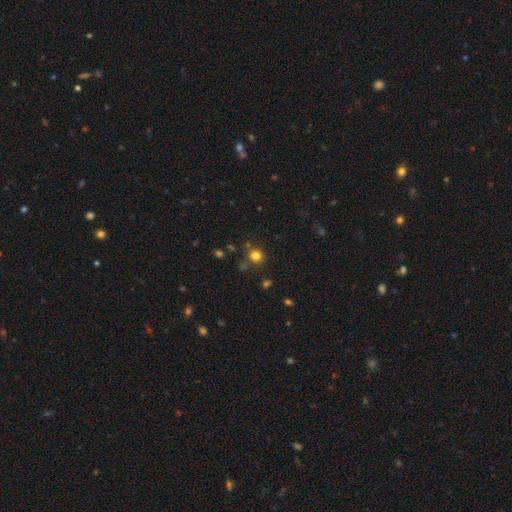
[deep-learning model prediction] A smooth galaxy with no disk features (77%) that is round (90%).

Vote fractions:
- Smooth or featured? smooth: 77% / star or artifact: 17% / featured or disk: 6%
- How rounded? round: 90% / in between: 9% / cigar-shaped: 1%
- Merging? none: 78% / minor disturbance: 11% / merger: 7% / major disturbance: 4%